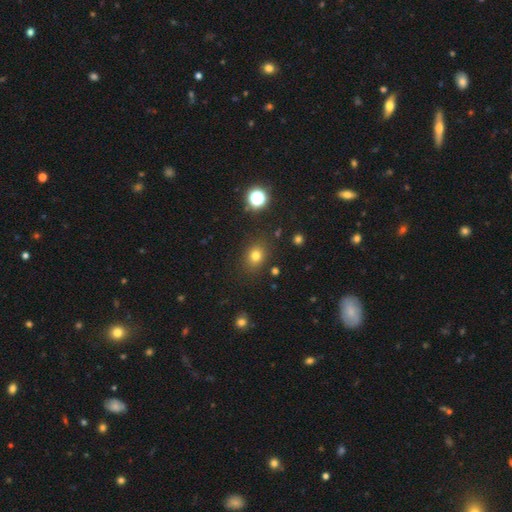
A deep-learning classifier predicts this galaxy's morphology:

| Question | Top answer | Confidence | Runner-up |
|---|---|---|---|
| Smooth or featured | smooth | 76% | star or artifact (16%) |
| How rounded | round | 57% | in between (42%) |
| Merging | none | 85% | minor disturbance (9%) |